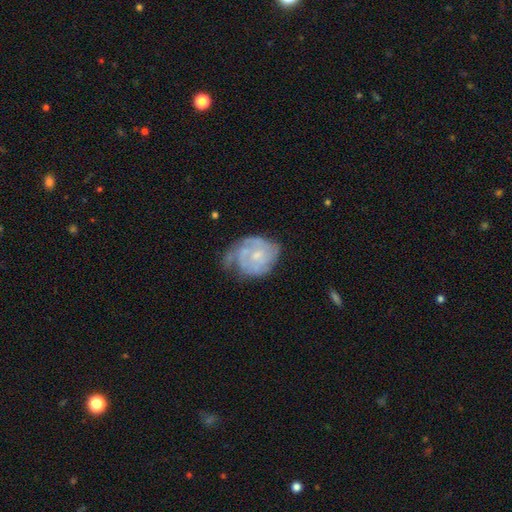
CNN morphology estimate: Overall: featured or disk (68%). Edge-on disk: no (98%). Bar: no (74%). Spiral arms: yes (78%). Spiral arm count: can't tell (45%; 2 21%). Spiral winding: tight (56%; medium 31%). Bulge size: small (67%). Merging: none (40%; minor disturbance 33%).